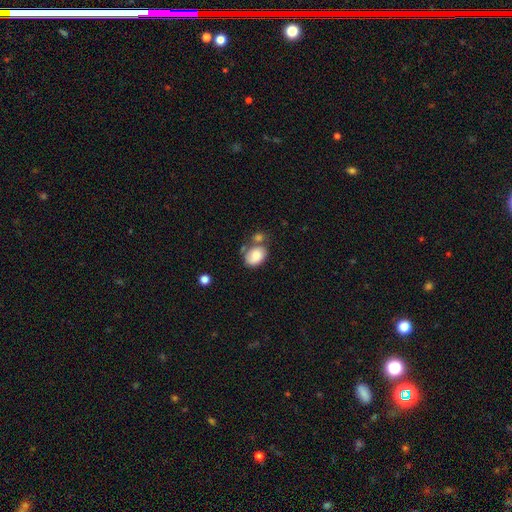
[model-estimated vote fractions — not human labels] smooth_or_featured: smooth (p=0.80) [alt: featured or disk p=0.12]
how_rounded: in between (p=0.78) [alt: round p=0.21]
merging: none (p=0.43) [alt: merger p=0.26]